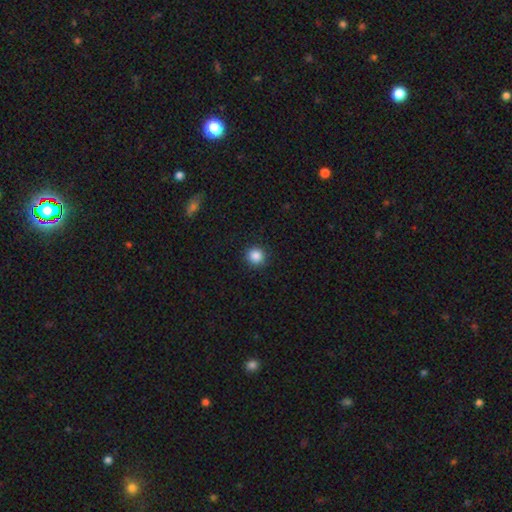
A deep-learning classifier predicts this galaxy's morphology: smooth_or_featured: smooth (p=0.87) [alt: star or artifact p=0.10]
how_rounded: round (p=0.94) [alt: in between p=0.05]
merging: none (p=0.92) [alt: minor disturbance p=0.06]